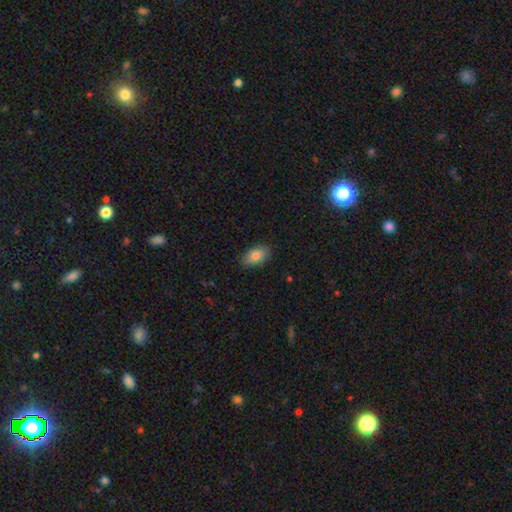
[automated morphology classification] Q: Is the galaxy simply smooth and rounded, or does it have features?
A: smooth — 81%.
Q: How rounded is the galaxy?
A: in between — 93%.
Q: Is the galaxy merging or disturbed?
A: none — 88%.